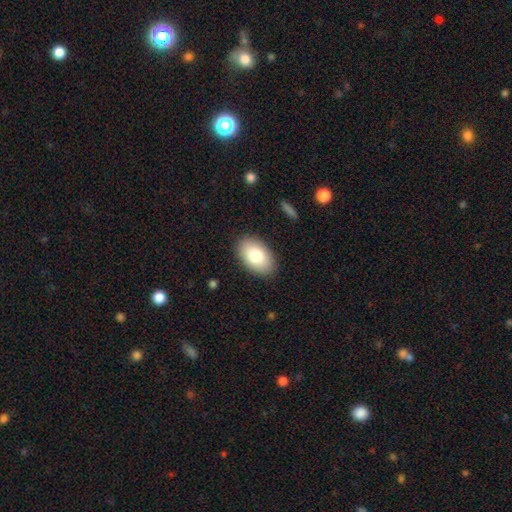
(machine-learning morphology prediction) Overall: smooth (81%). How rounded: in between (92%). Merging: none (87%).